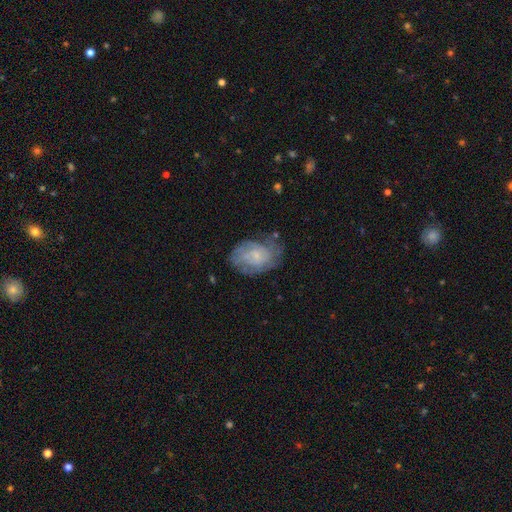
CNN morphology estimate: Smooth or featured: featured or disk — 67% (smooth — 25%)
Edge-on disk: no — 97% (yes — 3%)
Bar: no — 64% (weak — 32%)
Spiral arms: yes — 83% (no — 17%)
Spiral winding: tight — 59% (medium — 31%)
Spiral arm count: can't tell — 50% (2 — 23%)
Bulge size: small — 57% (moderate — 23%)
Merging: none — 61% (minor disturbance — 25%)